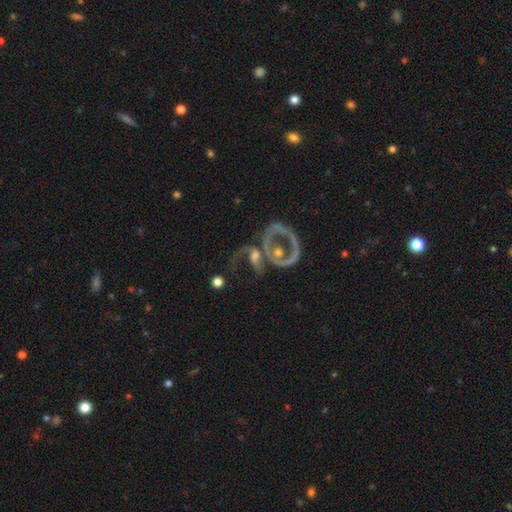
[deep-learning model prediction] Smooth or featured? featured or disk (72%)
Edge-on disk? no (94%)
Bar? no (77%)
Spiral arms? no (64%)
Bulge size? moderate (53%)
Merging? merger (41%)